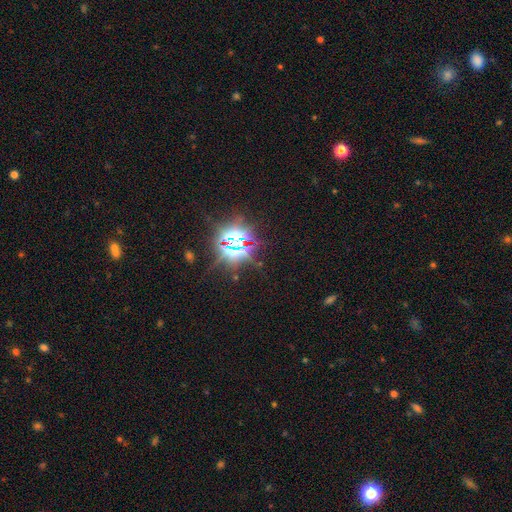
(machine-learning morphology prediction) The model was most divided on "smooth or featured": star or artifact: 84%, smooth: 9%, featured or disk: 7%.